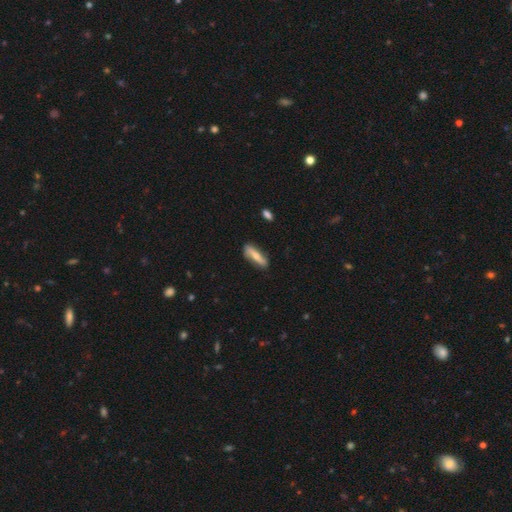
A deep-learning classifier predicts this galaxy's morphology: Overall: smooth (61%; featured or disk 33%). How rounded: cigar-shaped (58%; in between 40%). Merging: none (78%).